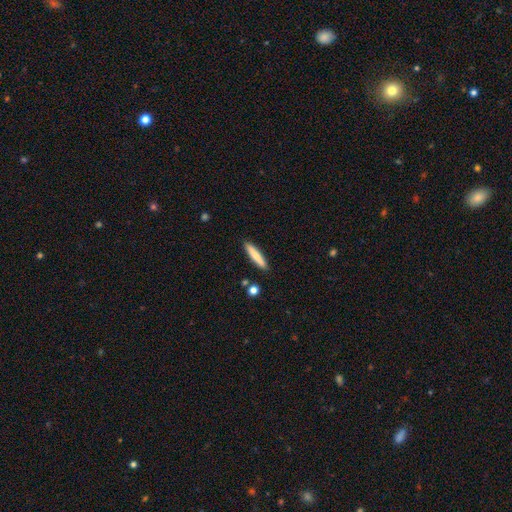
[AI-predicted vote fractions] Q: Smooth or featured?
A: smooth (74%); runner-up: featured or disk (20%)
Q: How rounded?
A: cigar-shaped (88%); runner-up: in between (10%)
Q: Merging?
A: none (89%); runner-up: minor disturbance (7%)